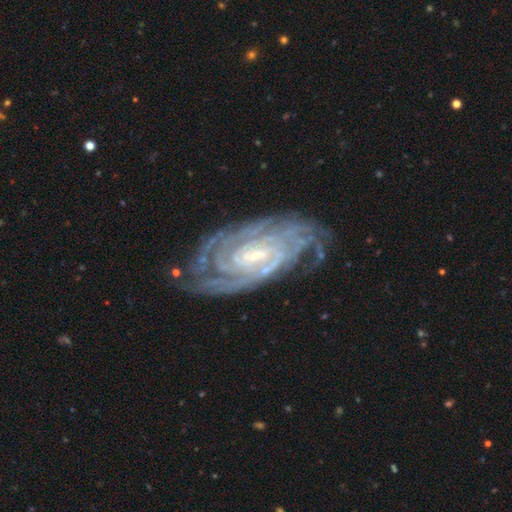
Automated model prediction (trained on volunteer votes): featured or disk 91%, star or artifact 5%, smooth 4%. Down the decision tree: edge-on disk — no (95%); bar — weak (45%); spiral arms — yes (98%); spiral arm count — can't tell (24%); spiral winding — tight (81%); bulge size — small (68%); merging — none (73%).